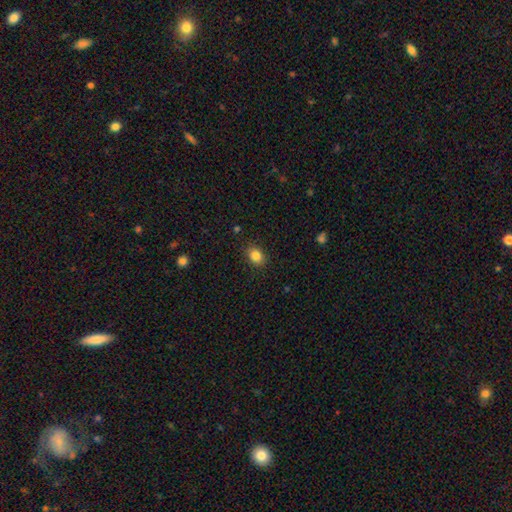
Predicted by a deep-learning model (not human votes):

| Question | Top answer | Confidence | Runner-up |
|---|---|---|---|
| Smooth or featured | smooth | 85% | star or artifact (10%) |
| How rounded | in between | 50% | round (49%) |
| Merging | none | 88% | minor disturbance (9%) |